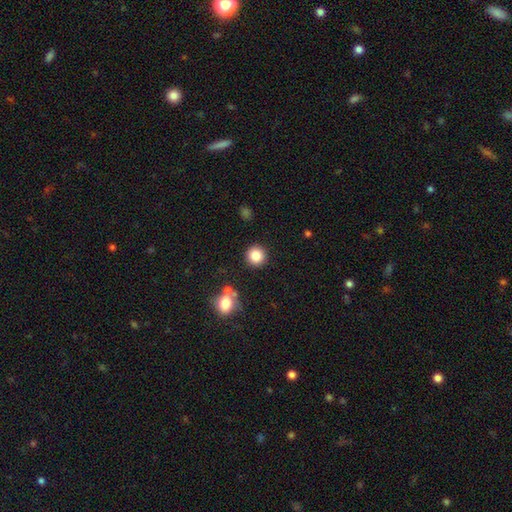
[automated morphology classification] A smooth galaxy with no disk features (85%) that is round (94%).

Vote fractions:
- Smooth or featured? smooth: 85% / star or artifact: 10% / featured or disk: 5%
- How rounded? round: 94% / in between: 5% / cigar-shaped: 1%
- Merging? none: 89% / minor disturbance: 6% / merger: 3% / major disturbance: 2%